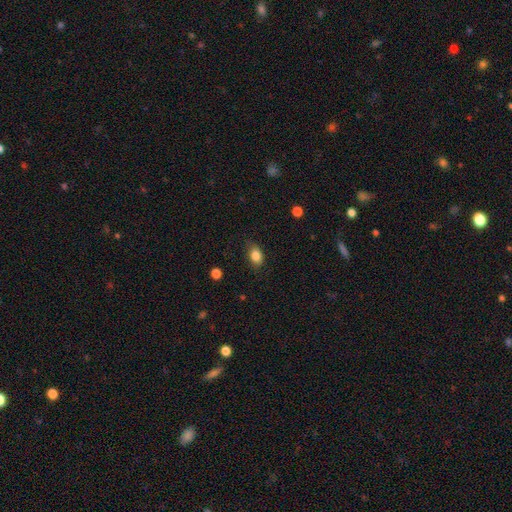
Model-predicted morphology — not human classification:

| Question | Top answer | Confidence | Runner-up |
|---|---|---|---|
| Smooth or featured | smooth | 85% | star or artifact (9%) |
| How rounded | in between | 79% | round (19%) |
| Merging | none | 75% | minor disturbance (19%) |